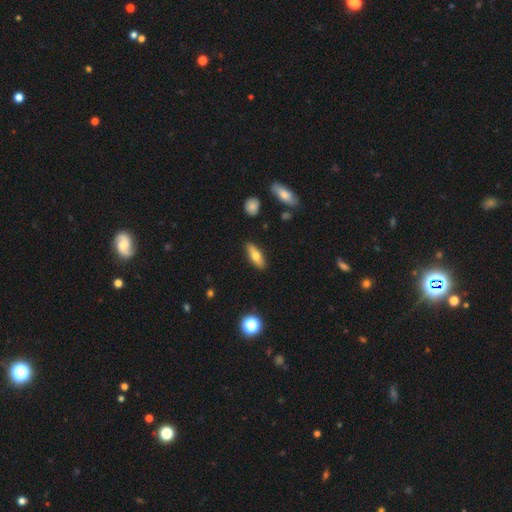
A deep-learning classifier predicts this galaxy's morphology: type=smooth (65%); roundness=in between (56%); merging=none (87%).